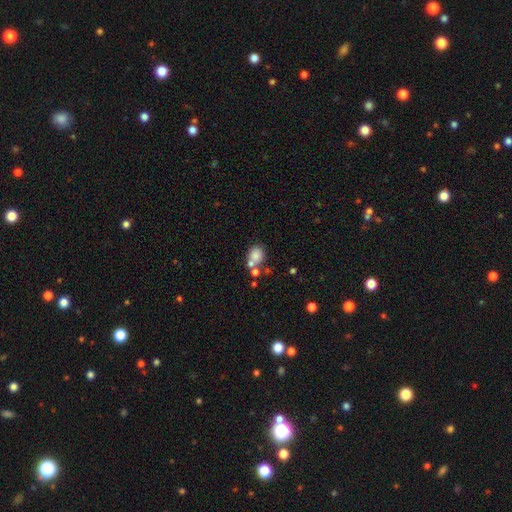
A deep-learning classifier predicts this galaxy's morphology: smooth 77%, star or artifact 12%, featured or disk 11%. Down the decision tree: how rounded — round (64%); merging — none (49%).